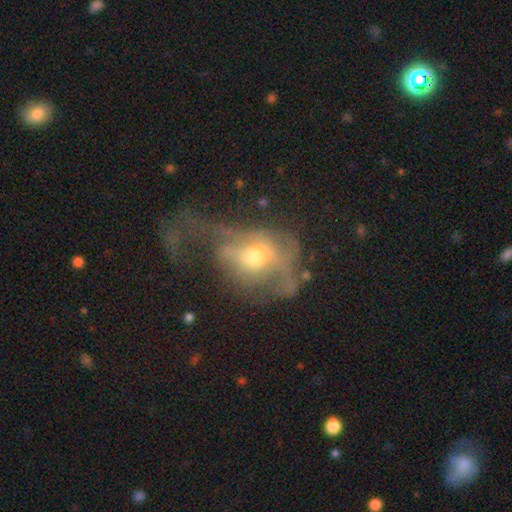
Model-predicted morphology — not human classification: Smooth or featured: featured or disk — 60% (smooth — 30%)
Edge-on disk: no — 88% (yes — 12%)
Bar: no — 73% (weak — 19%)
Spiral arms: no — 59% (yes — 41%)
Bulge size: moderate — 58% (small — 32%)
Merging: major disturbance — 59% (none — 19%)